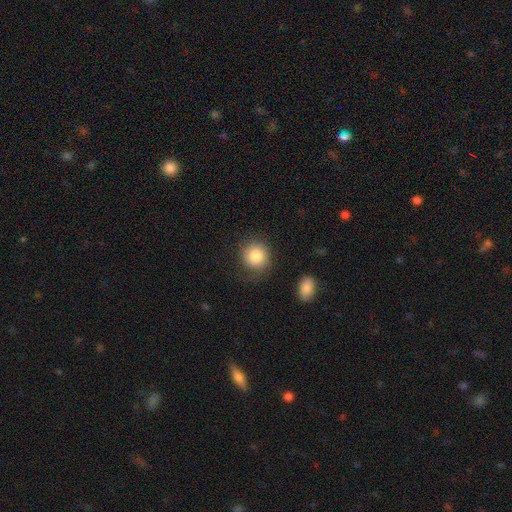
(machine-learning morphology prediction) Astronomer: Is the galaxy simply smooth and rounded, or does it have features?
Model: smooth — 83%.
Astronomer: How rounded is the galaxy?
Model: round — 88%.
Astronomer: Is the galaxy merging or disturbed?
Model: none — 72%.